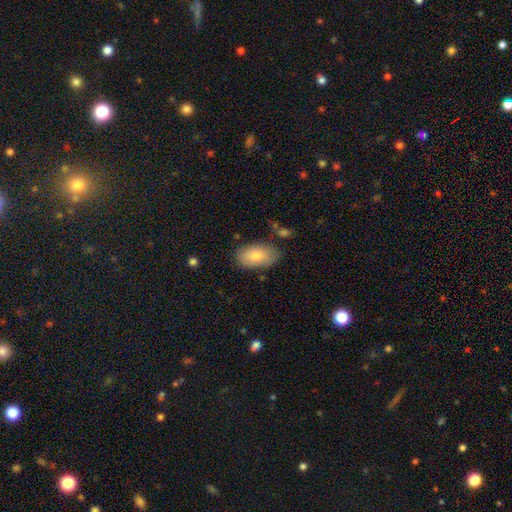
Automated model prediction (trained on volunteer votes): smooth-or-featured: smooth: 84% | featured or disk: 11% | star or artifact: 6%
  how-rounded: in between: 94% | round: 4% | cigar-shaped: 2%
  merging: none: 74% | minor disturbance: 18% | major disturbance: 5% | merger: 3%